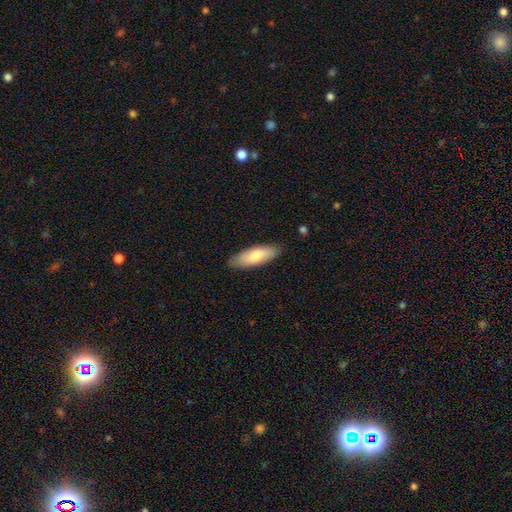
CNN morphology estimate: The model was most divided on "how rounded": in between: 68%, cigar-shaped: 30%, round: 2%. More confident: merging — none (83%); smooth or featured — smooth (72%).